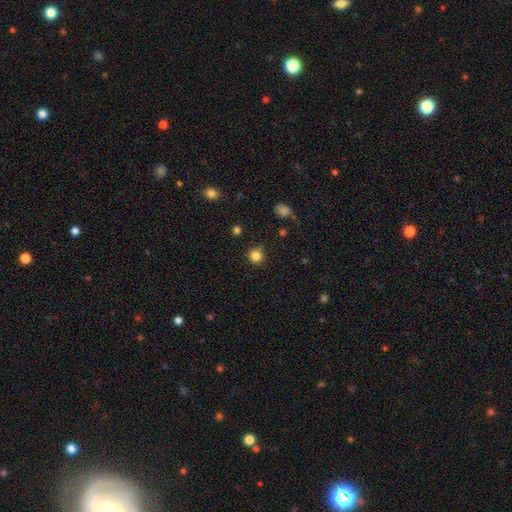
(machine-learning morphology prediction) Smooth or featured: smooth — 83% (star or artifact — 13%)
How rounded: round — 92% (in between — 7%)
Merging: none — 84% (minor disturbance — 11%)